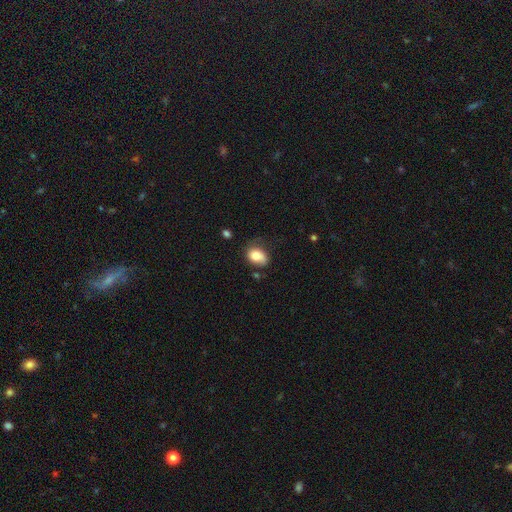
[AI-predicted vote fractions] smooth_or_featured: smooth (p=0.79) [alt: featured or disk p=0.12]
how_rounded: in between (p=0.74) [alt: round p=0.25]
merging: none (p=0.50) [alt: minor disturbance p=0.32]